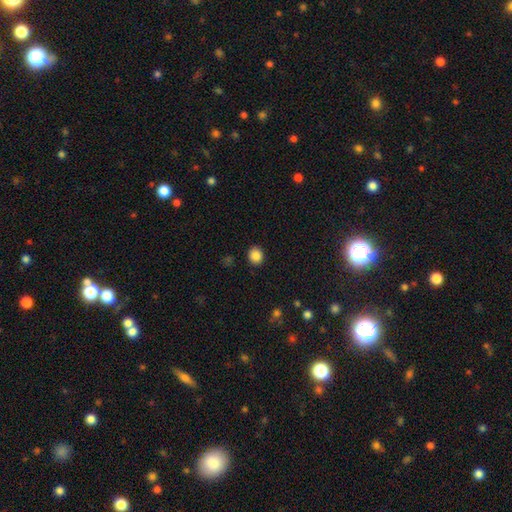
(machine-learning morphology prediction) type=smooth (86%); roundness=round (79%); merging=none (91%).